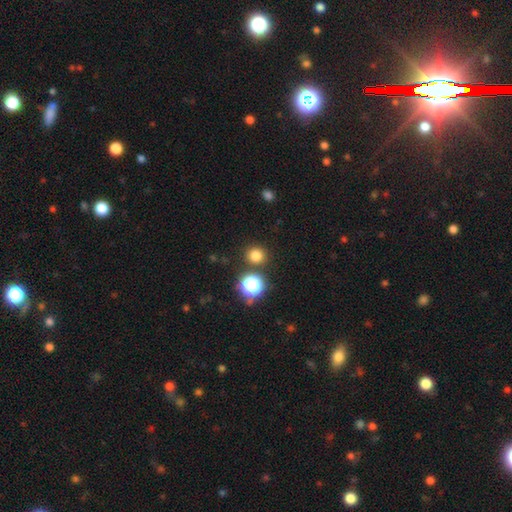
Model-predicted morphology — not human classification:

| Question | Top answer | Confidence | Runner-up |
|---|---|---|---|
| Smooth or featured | smooth | 77% | star or artifact (18%) |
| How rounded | round | 91% | in between (8%) |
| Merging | none | 86% | minor disturbance (6%) |